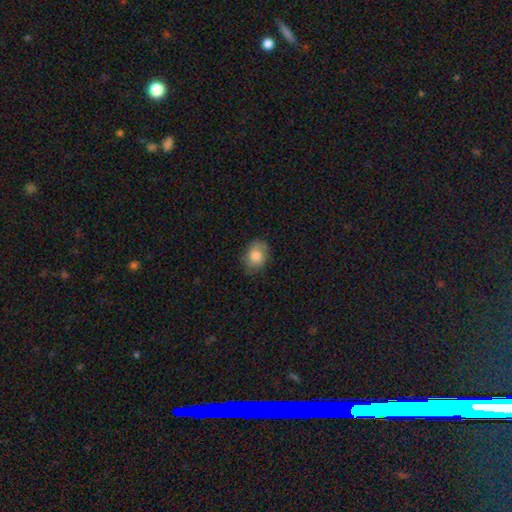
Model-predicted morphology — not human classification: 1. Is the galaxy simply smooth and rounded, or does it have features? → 78% smooth, 15% featured or disk, 7% star or artifact.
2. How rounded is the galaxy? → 63% in between, 36% round, 1% cigar-shaped.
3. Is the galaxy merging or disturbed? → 76% none, 19% minor disturbance, 5% major disturbance, 1% merger.